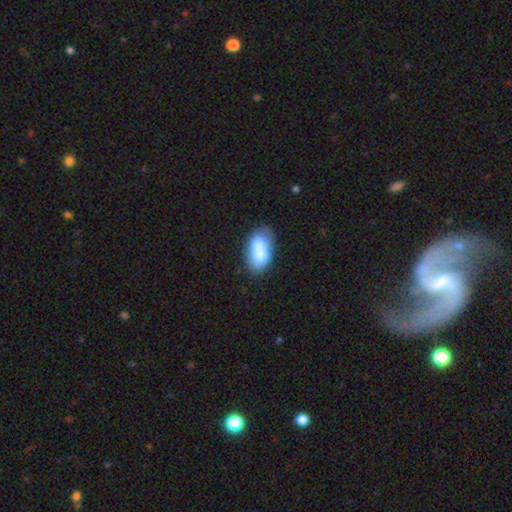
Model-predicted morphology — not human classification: A smooth galaxy with no disk features (74%) that is in between round and cigar-shaped (92%).

Vote fractions:
- Smooth or featured? smooth: 74% / featured or disk: 19% / star or artifact: 8%
- How rounded? in between: 92% / round: 5% / cigar-shaped: 3%
- Merging? none: 50% / merger: 25% / minor disturbance: 19% / major disturbance: 6%